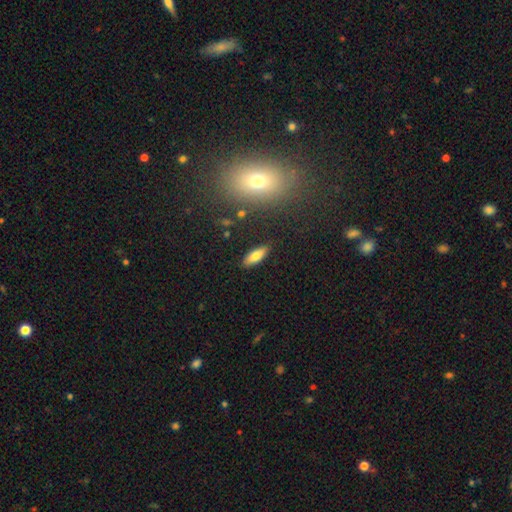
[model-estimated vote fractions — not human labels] Smooth or featured?
  - smooth: 77% *
  - featured or disk: 15%
  - star or artifact: 8%
How rounded?
  - in between: 66% *
  - cigar-shaped: 32%
  - round: 2%
Merging?
  - none: 87% *
  - minor disturbance: 9%
  - major disturbance: 2%
  - merger: 2%